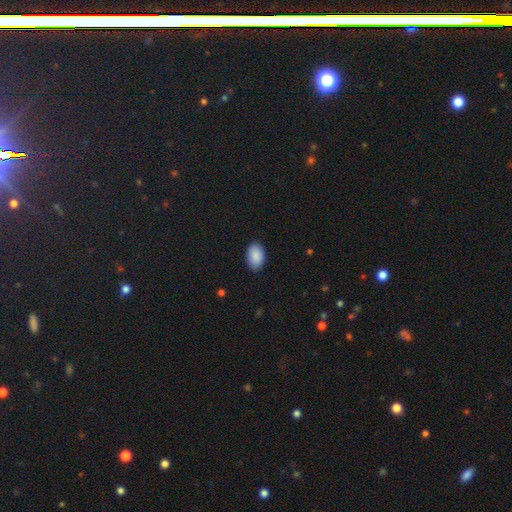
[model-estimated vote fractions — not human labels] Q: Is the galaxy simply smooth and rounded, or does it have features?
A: smooth — 90%.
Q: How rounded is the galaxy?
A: in between — 90%.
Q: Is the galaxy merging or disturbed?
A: none — 87%.